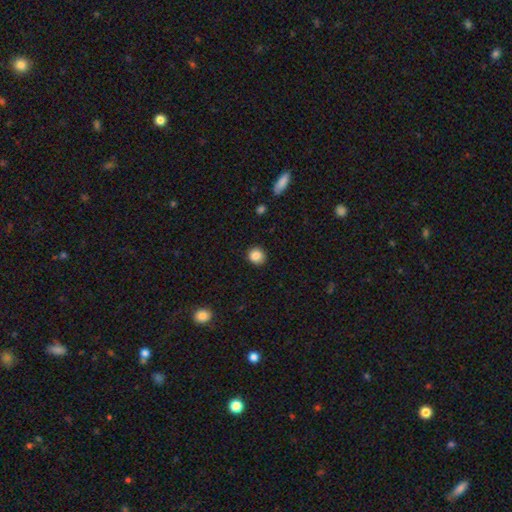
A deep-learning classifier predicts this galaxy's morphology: Q: Smooth or featured?
A: smooth (85%); runner-up: star or artifact (10%)
Q: How rounded?
A: round (84%); runner-up: in between (15%)
Q: Merging?
A: none (88%); runner-up: minor disturbance (9%)